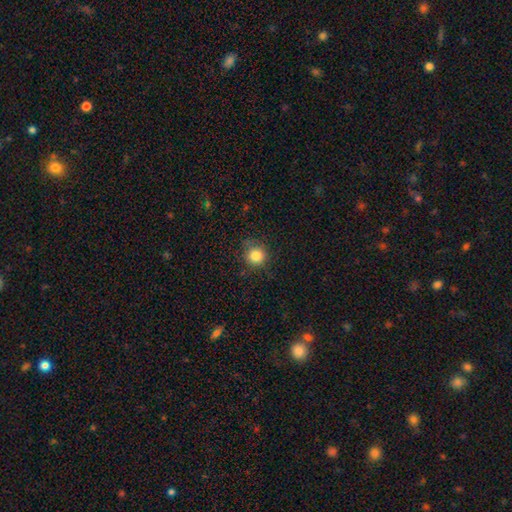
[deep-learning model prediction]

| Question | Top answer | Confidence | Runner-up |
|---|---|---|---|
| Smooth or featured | smooth | 84% | star or artifact (11%) |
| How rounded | round | 91% | in between (8%) |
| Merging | none | 82% | minor disturbance (13%) |